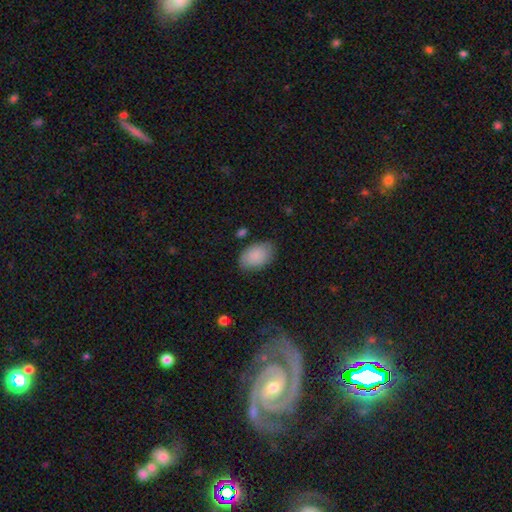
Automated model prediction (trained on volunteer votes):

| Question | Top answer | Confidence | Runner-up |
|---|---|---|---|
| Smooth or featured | smooth | 88% | star or artifact (6%) |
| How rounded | in between | 91% | round (8%) |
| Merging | none | 78% | minor disturbance (16%) |